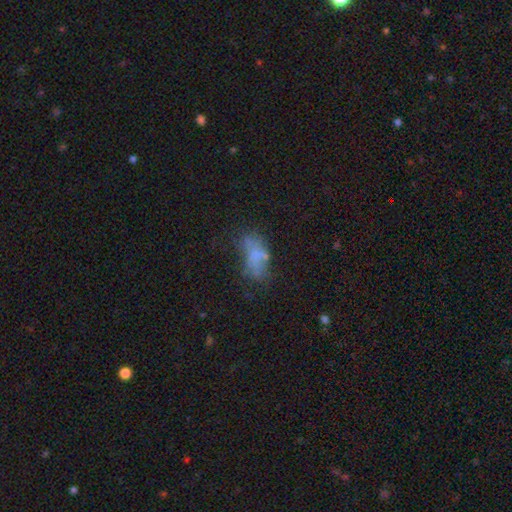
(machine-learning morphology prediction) Smooth or featured? Predicted: smooth (p=0.49). Merging? Predicted: none (p=0.38).